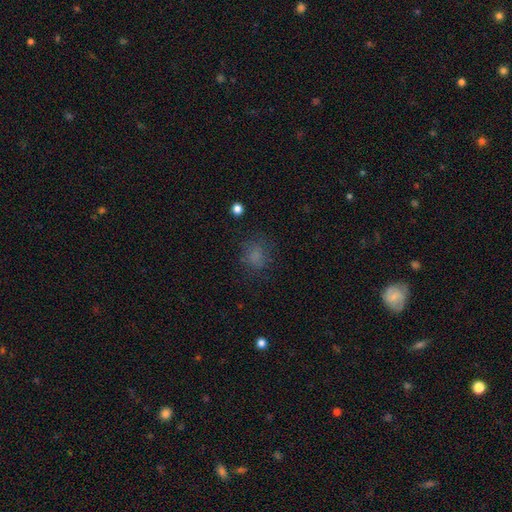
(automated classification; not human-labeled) Smooth or featured?
  - smooth: 72% *
  - star or artifact: 18%
  - featured or disk: 10%
How rounded?
  - round: 69% *
  - in between: 30%
  - cigar-shaped: 1%
Merging?
  - none: 71% *
  - minor disturbance: 16%
  - major disturbance: 11%
  - merger: 2%